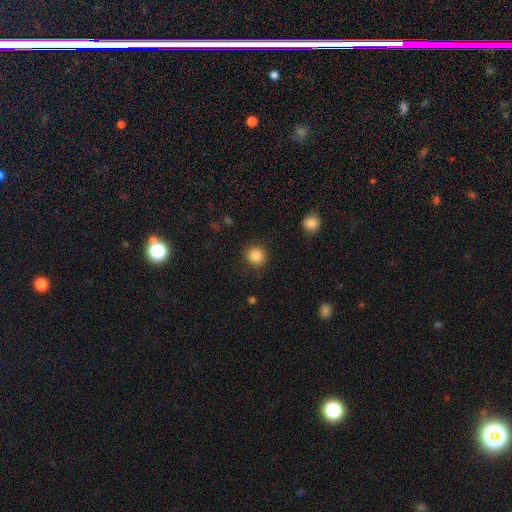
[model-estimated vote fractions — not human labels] smooth_or_featured: smooth (p=0.86) [alt: star or artifact p=0.10]
how_rounded: round (p=0.91) [alt: in between p=0.08]
merging: none (p=0.89) [alt: minor disturbance p=0.07]